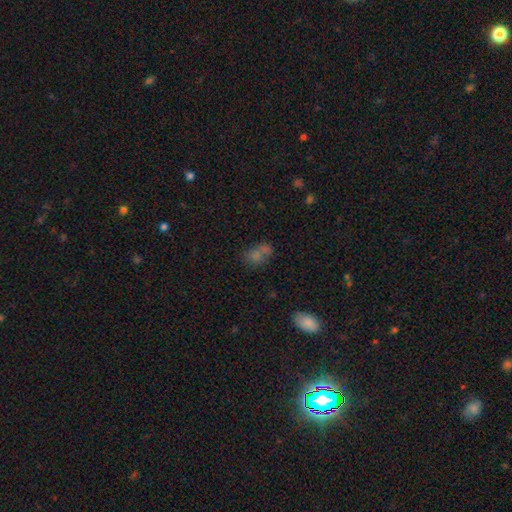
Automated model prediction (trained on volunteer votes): This appears to be a smooth galaxy with no disk features (66%) that is in between round and cigar-shaped (57%). Merging: merger (42%).